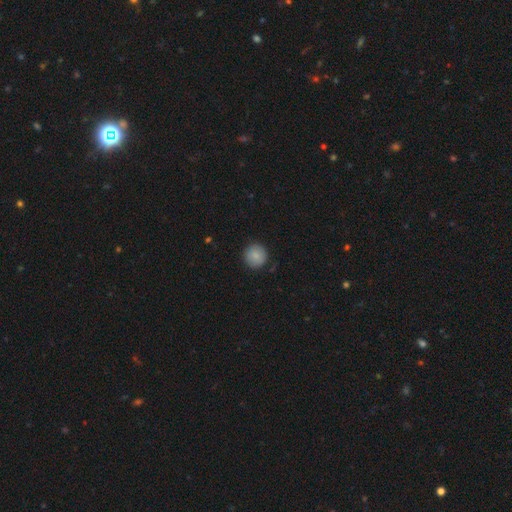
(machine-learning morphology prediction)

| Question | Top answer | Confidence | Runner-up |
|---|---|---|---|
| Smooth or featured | smooth | 86% | star or artifact (8%) |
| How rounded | round | 94% | in between (5%) |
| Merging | none | 88% | minor disturbance (9%) |